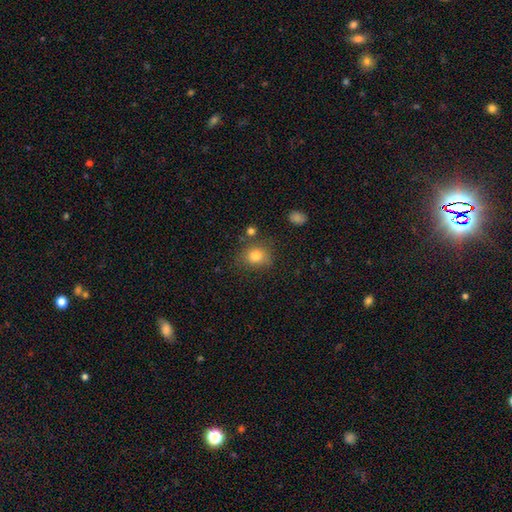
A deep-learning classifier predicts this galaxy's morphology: This appears to be a smooth galaxy with no disk features (80%) that is round (63%). Merging: none (73%).